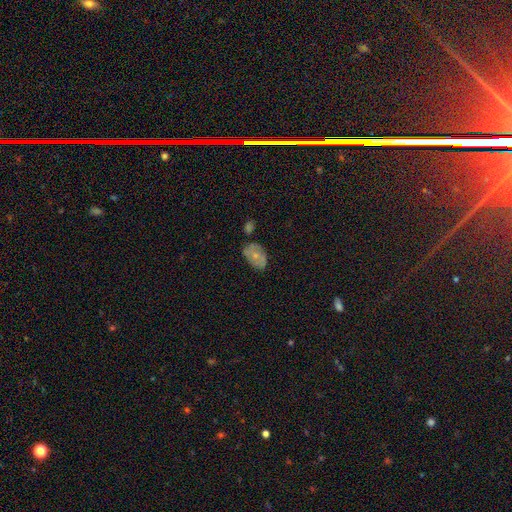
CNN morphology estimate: This appears to be a smooth galaxy with no disk features (57%) that is in between round and cigar-shaped (84%). Merging: none (56%).